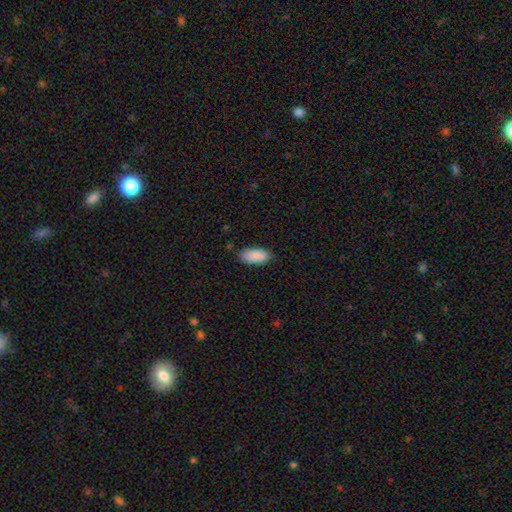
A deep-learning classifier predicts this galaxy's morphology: Q: Smooth or featured?
A: smooth (89%); runner-up: star or artifact (6%)
Q: How rounded?
A: in between (92%); runner-up: cigar-shaped (6%)
Q: Merging?
A: none (82%); runner-up: minor disturbance (14%)